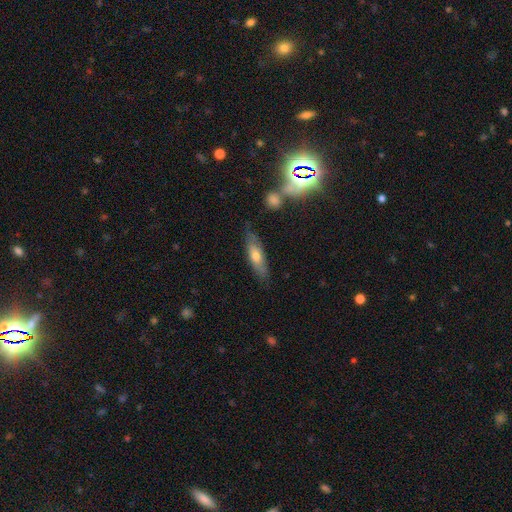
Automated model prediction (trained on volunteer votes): A smooth galaxy with no disk features (58%) that is cigar-shaped (59%).

Vote fractions:
- Smooth or featured? smooth: 58% / featured or disk: 36% / star or artifact: 7%
- How rounded? cigar-shaped: 59% / in between: 39% / round: 3%
- Merging? none: 76% / minor disturbance: 17% / major disturbance: 4% / merger: 4%